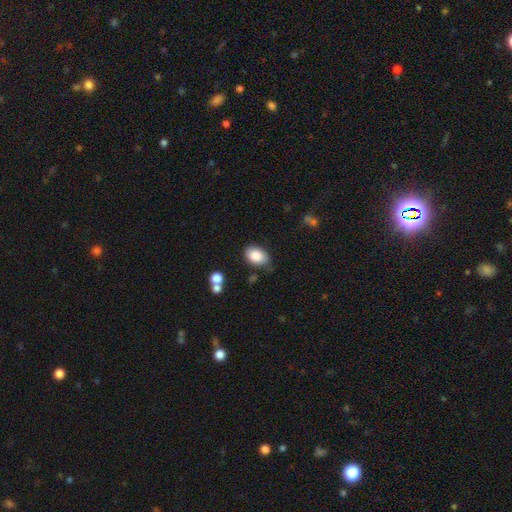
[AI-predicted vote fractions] Smooth or featured: smooth — 86% (star or artifact — 7%)
How rounded: in between — 87% (round — 12%)
Merging: none — 75% (minor disturbance — 19%)